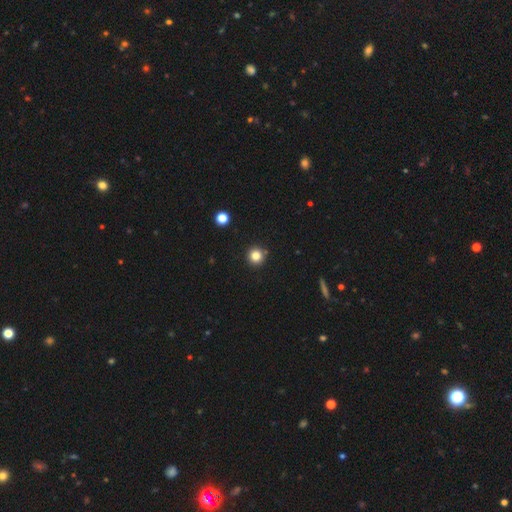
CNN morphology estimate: Q: Smooth or featured?
A: smooth (82%); runner-up: star or artifact (13%)
Q: How rounded?
A: round (95%); runner-up: in between (4%)
Q: Merging?
A: none (91%); runner-up: minor disturbance (5%)